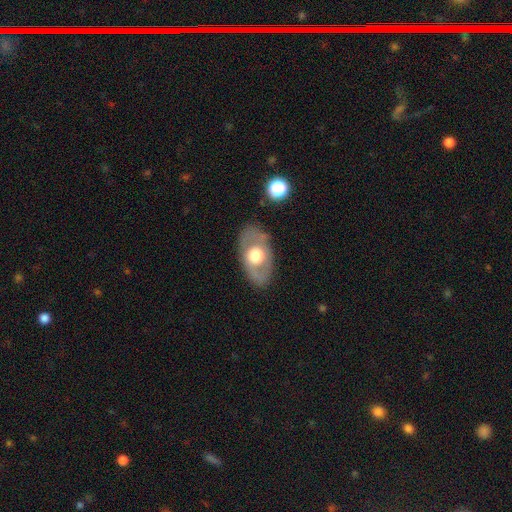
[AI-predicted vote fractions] A featured or disk galaxy (52%).

Vote fractions:
- Smooth or featured? featured or disk: 52% / smooth: 42% / star or artifact: 5%
- Edge-on disk? no: 87% / yes: 13%
- Merging? none: 79% / minor disturbance: 14% / major disturbance: 6% / merger: 2%